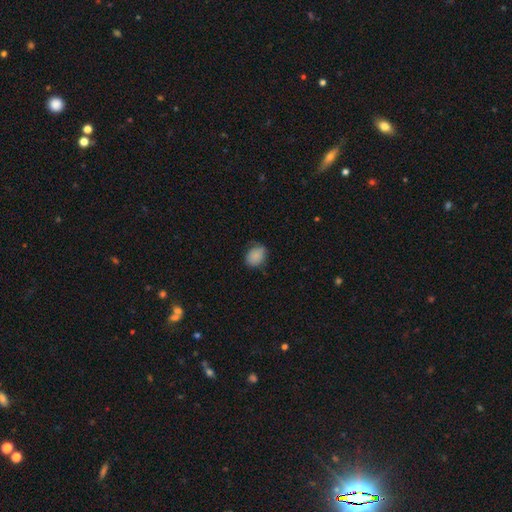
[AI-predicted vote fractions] The model was most divided on "how rounded": in between: 61%, round: 38%, cigar-shaped: 1%. More confident: smooth or featured — smooth (86%); merging — none (71%).